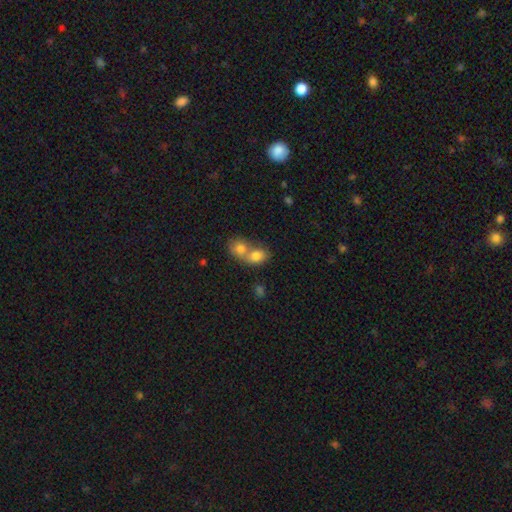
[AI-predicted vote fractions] This is likely a smooth galaxy (79%). How rounded: likely in between (62%). Merging: likely merger (70%).